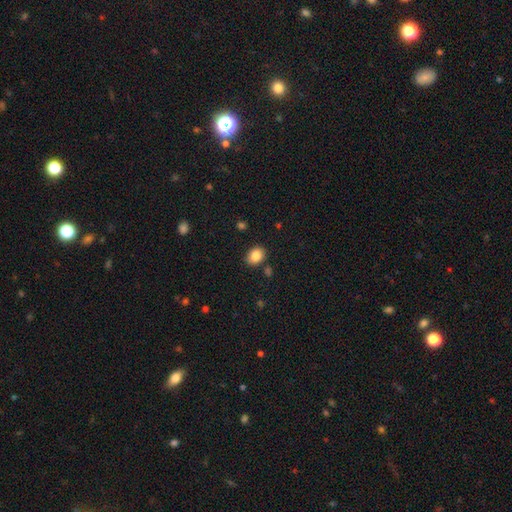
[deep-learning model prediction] smooth-or-featured: smooth: 85% | star or artifact: 9% | featured or disk: 6%
  how-rounded: in between: 60% | round: 39% | cigar-shaped: 1%
  merging: none: 83% | minor disturbance: 11% | merger: 4% | major disturbance: 3%